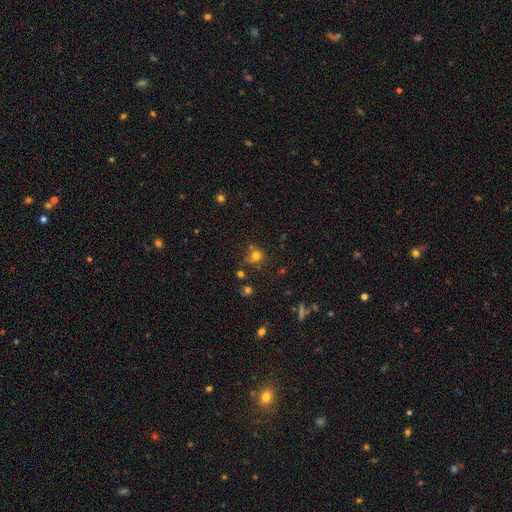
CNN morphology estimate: A smooth galaxy with no disk features (71%) that is round (87%). Merging: none (65%).